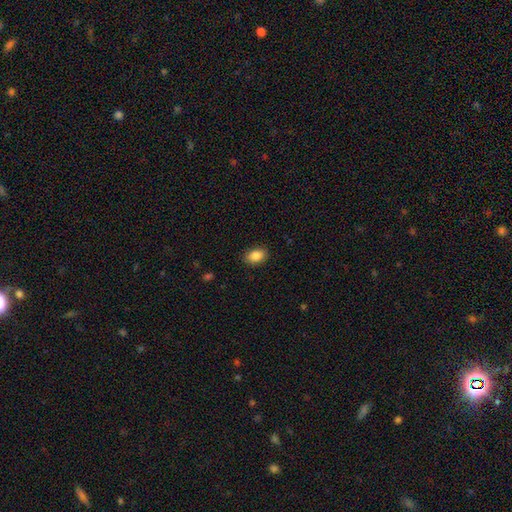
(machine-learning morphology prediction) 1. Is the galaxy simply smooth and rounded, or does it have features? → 87% smooth, 8% star or artifact, 5% featured or disk.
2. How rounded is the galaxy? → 84% in between, 15% round, 1% cigar-shaped.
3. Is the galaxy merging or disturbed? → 88% none, 9% minor disturbance, 2% major disturbance, 1% merger.